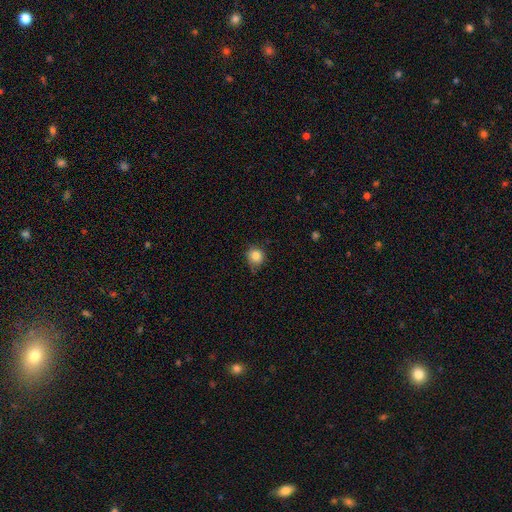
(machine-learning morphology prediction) The model was most divided on "merging": none: 75%, minor disturbance: 21%, major disturbance: 3%, merger: 2%. More confident: how rounded — round (87%); smooth or featured — smooth (83%).